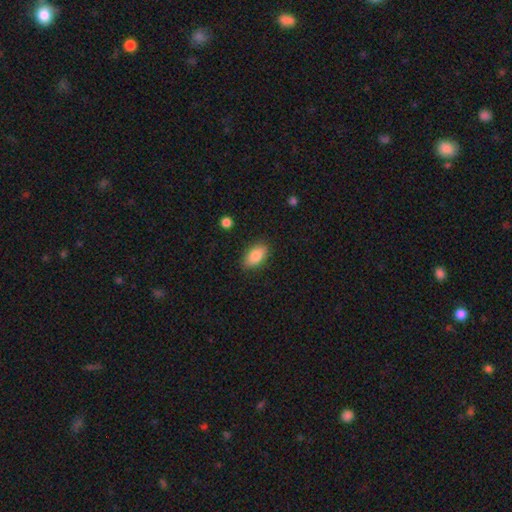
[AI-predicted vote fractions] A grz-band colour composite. It shows a smooth galaxy with no disk features (85%) that is in between round and cigar-shaped (91%). Merging: none (86%).